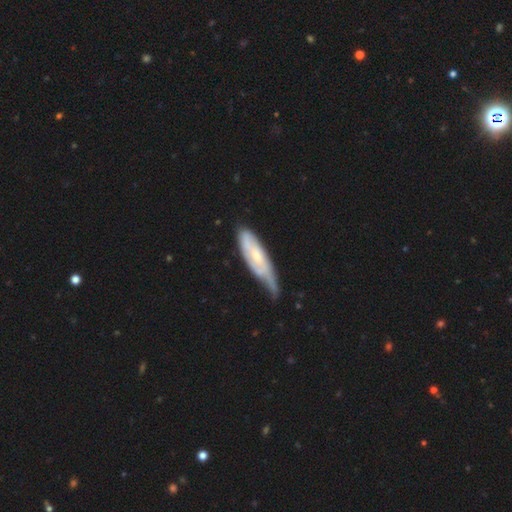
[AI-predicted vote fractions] Q: Smooth or featured?
A: featured or disk (61%); runner-up: smooth (33%)
Q: Edge-on disk?
A: no (75%); runner-up: yes (25%)
Q: Merging?
A: minor disturbance (44%); runner-up: none (38%)